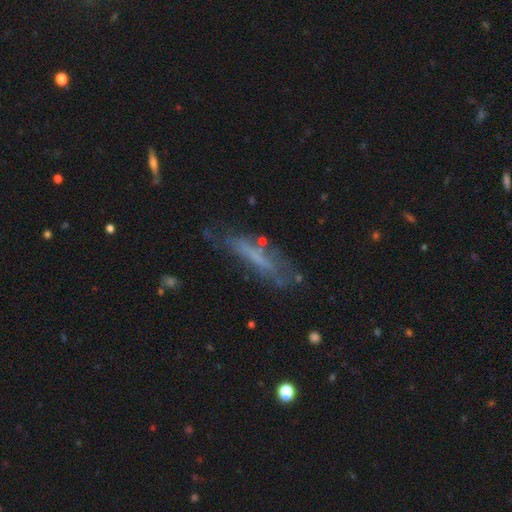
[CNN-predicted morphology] This appears to be a featured or disk galaxy (46%). Merging: none (56%).